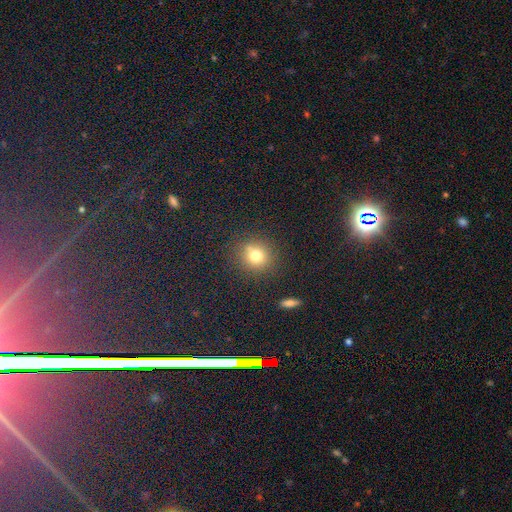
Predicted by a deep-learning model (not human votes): A smooth galaxy with no disk features (76%) that is round (85%).

Vote fractions:
- Smooth or featured? smooth: 76% / star or artifact: 16% / featured or disk: 9%
- How rounded? round: 85% / in between: 13% / cigar-shaped: 1%
- Merging? none: 81% / minor disturbance: 10% / merger: 5% / major disturbance: 4%